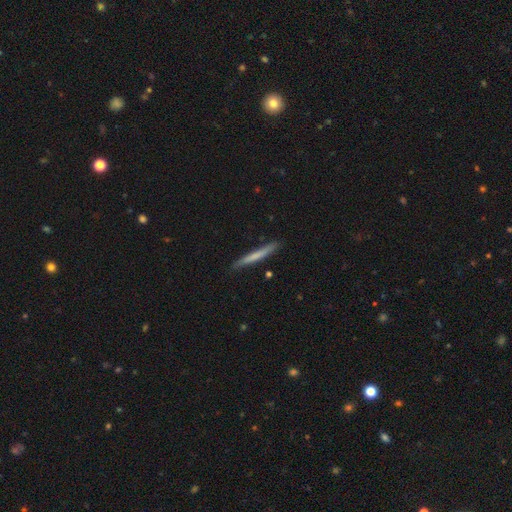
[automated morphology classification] A smooth galaxy with no disk features (61%) that is cigar-shaped (97%). Merging: none (86%).